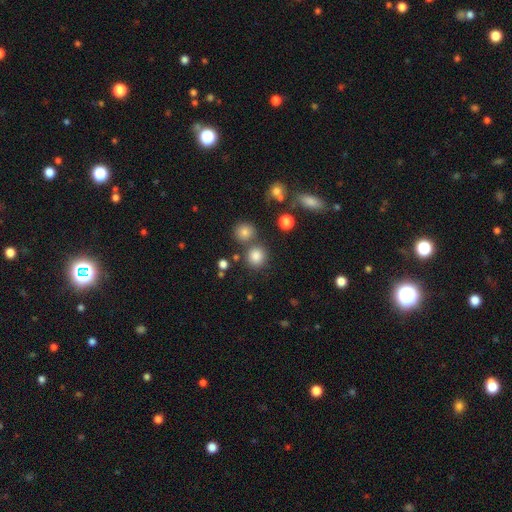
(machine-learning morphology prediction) The model was most divided on "merging": none: 74%, merger: 15%, minor disturbance: 8%, major disturbance: 3%. More confident: how rounded — round (88%); smooth or featured — smooth (82%).